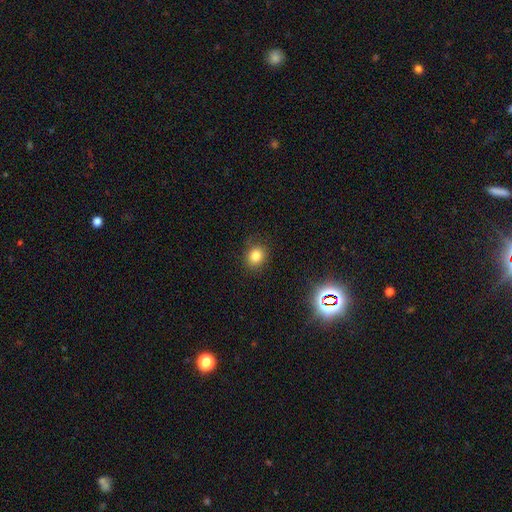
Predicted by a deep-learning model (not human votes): smooth 80%, star or artifact 14%, featured or disk 6%. Down the decision tree: how rounded — round (73%); merging — none (83%).